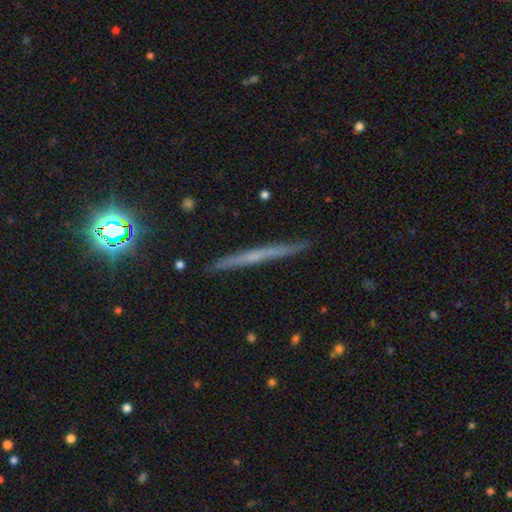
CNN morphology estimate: This appears to be a featured or disk galaxy (56%) viewed edge-on (97%) with no central bulge (77%). Merging: none (89%).